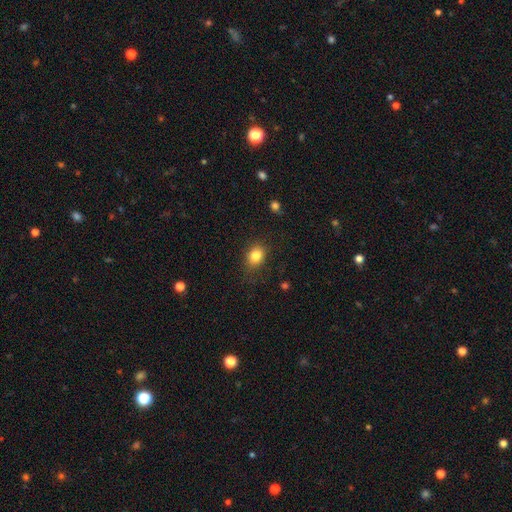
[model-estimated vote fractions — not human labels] Morphology: type=smooth (83%); roundness=in between (56%); merging=none (77%).